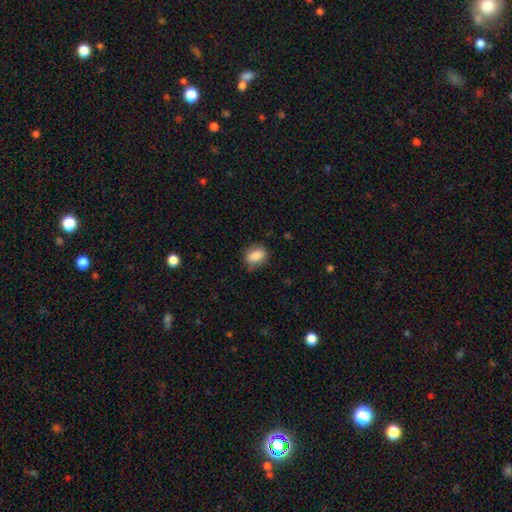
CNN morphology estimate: smooth-or-featured: smooth: 86% | star or artifact: 8% | featured or disk: 6%
  how-rounded: in between: 72% | round: 27% | cigar-shaped: 2%
  merging: none: 75% | minor disturbance: 19% | major disturbance: 4% | merger: 2%